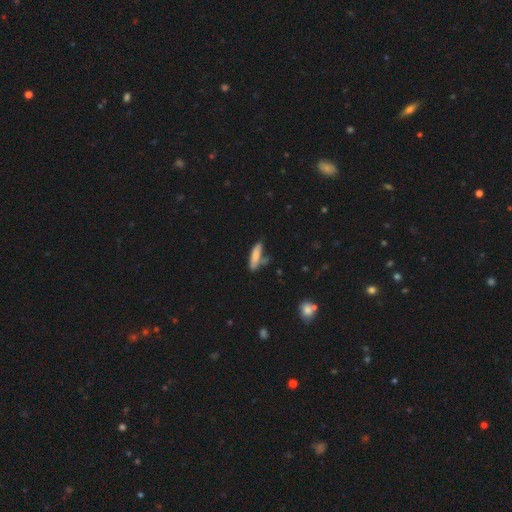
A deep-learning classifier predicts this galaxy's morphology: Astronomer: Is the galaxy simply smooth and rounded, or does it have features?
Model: smooth — 76%.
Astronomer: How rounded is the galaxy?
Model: cigar-shaped — 68%.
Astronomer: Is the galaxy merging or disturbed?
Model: none — 55%.